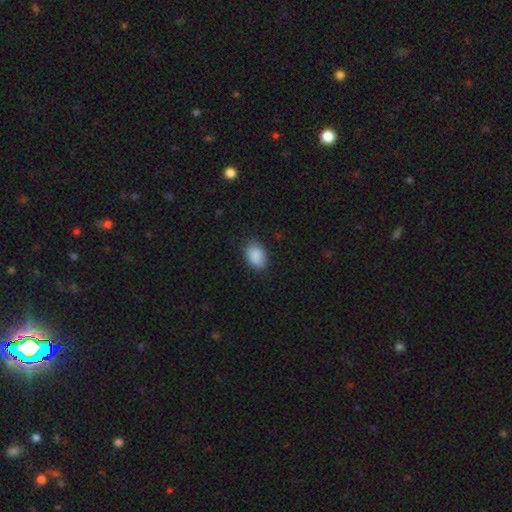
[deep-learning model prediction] Smooth or featured: smooth — 89% (star or artifact — 7%)
How rounded: in between — 82% (round — 17%)
Merging: none — 81% (minor disturbance — 15%)